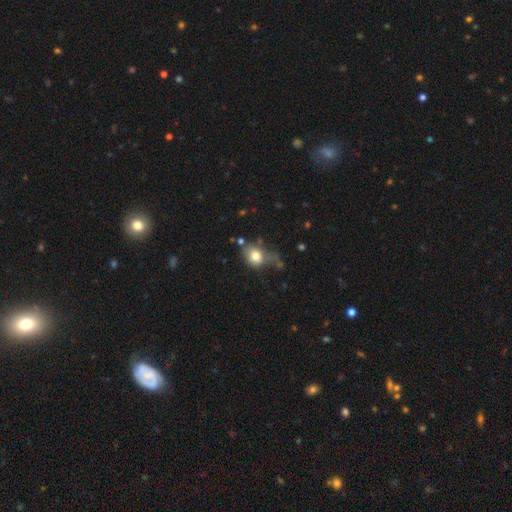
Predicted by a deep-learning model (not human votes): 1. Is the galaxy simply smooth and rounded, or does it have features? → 77% smooth, 13% featured or disk, 10% star or artifact.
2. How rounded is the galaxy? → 54% round, 45% in between, 2% cigar-shaped.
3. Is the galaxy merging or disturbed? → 41% none, 27% minor disturbance, 23% major disturbance, 10% merger.